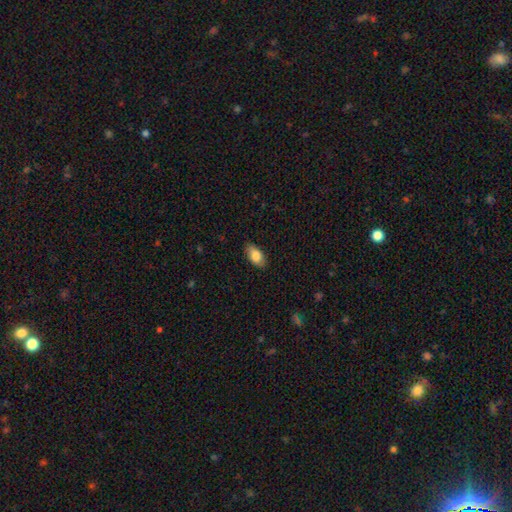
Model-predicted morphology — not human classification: type=smooth (83%); roundness=in between (92%); merging=none (87%).